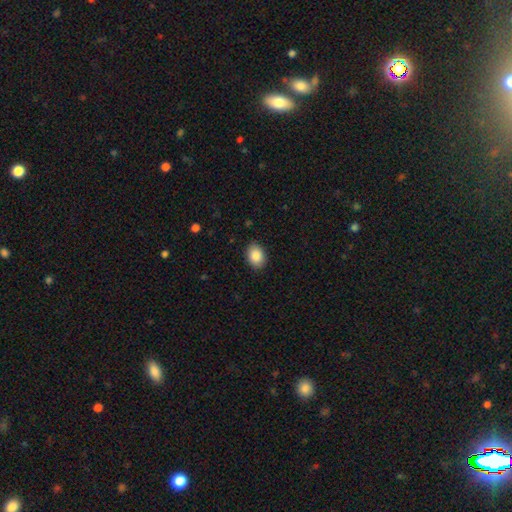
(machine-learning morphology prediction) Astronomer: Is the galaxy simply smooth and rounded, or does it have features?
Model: smooth — 88%.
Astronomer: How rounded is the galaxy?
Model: in between — 74%.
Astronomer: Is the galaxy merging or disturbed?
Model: none — 89%.